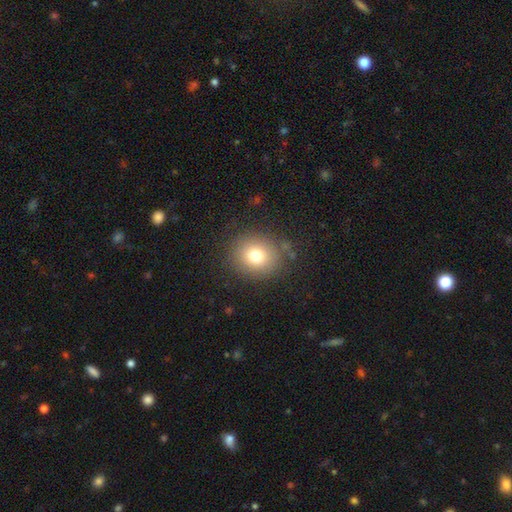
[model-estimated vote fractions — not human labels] smooth-or-featured: smooth: 75% | star or artifact: 13% | featured or disk: 11%
  how-rounded: round: 82% | in between: 18% | cigar-shaped: 1%
  merging: none: 84% | minor disturbance: 10% | major disturbance: 4% | merger: 2%